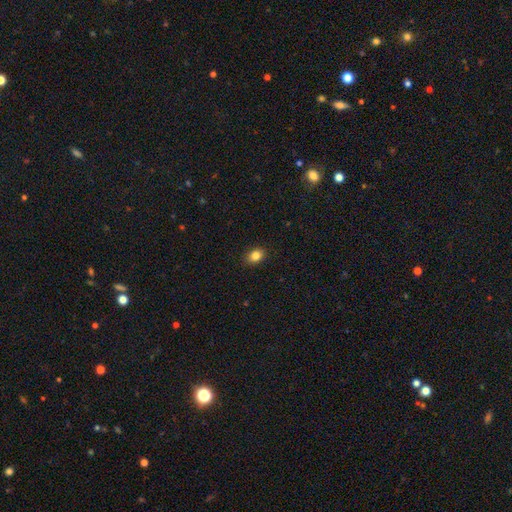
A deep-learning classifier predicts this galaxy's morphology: Smooth or featured? smooth (83%)
How rounded? in between (63%)
Merging? none (89%)